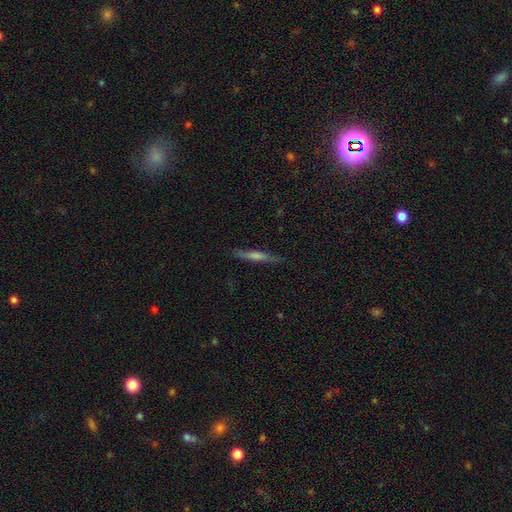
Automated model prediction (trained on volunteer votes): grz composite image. It shows a featured or disk galaxy (62%) viewed edge-on (95%) with a rounded central bulge (66%). Merging: none (88%).